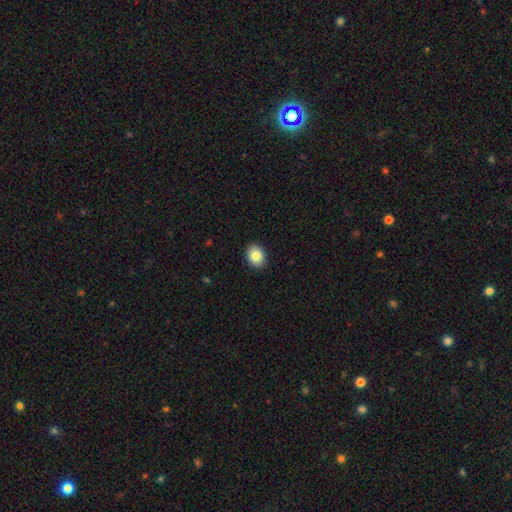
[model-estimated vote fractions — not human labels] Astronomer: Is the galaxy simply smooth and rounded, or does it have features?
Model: smooth — 84%.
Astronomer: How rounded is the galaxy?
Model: in between — 66%.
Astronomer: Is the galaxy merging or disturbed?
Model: none — 90%.